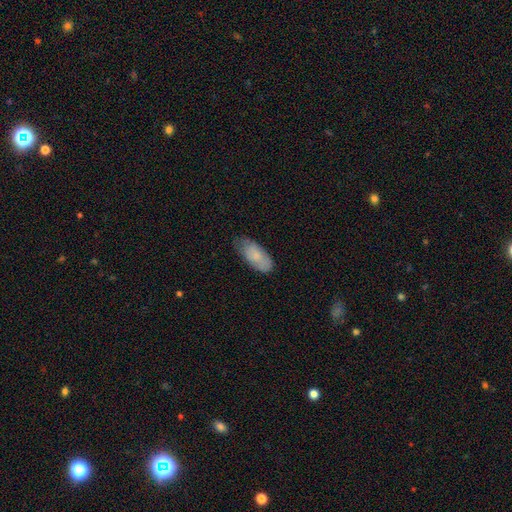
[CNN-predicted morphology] smooth 78%, featured or disk 16%, star or artifact 6%. Down the decision tree: how rounded — in between (88%); merging — none (65%).